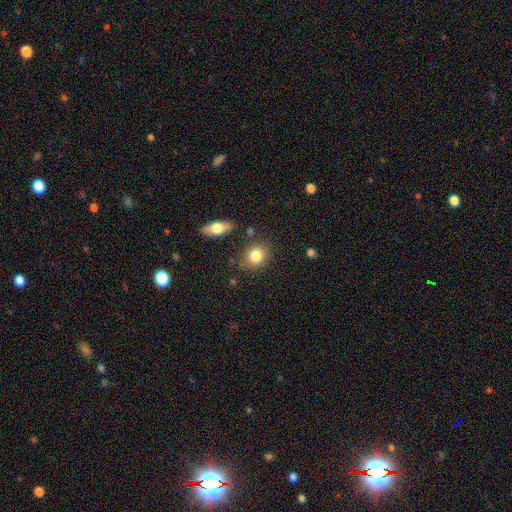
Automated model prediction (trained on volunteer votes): Overall: smooth (82%). How rounded: round (64%; in between 34%). Merging: none (80%).